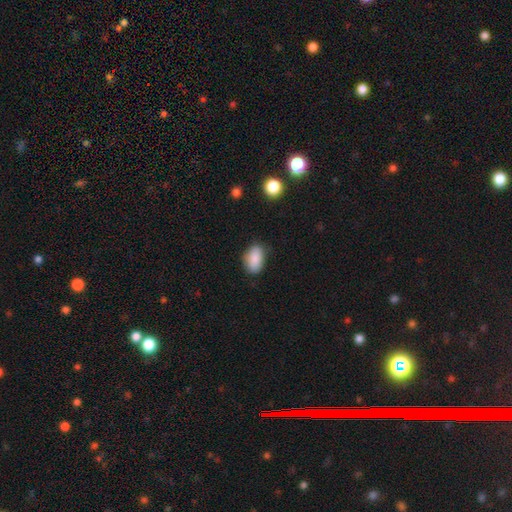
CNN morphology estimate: Q: Smooth or featured?
A: smooth (88%); runner-up: star or artifact (7%)
Q: How rounded?
A: in between (90%); runner-up: round (9%)
Q: Merging?
A: none (79%); runner-up: minor disturbance (17%)